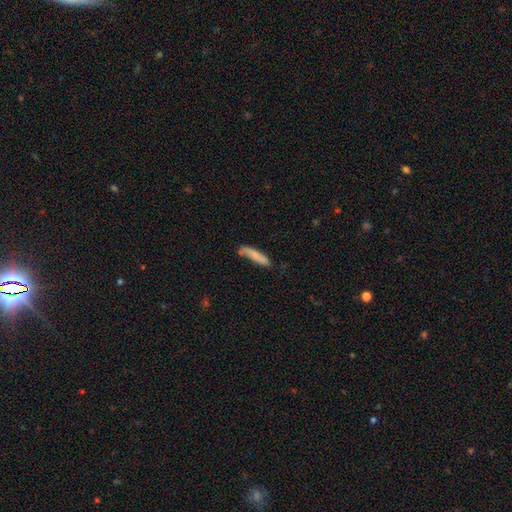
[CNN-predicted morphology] Smooth or featured: smooth — 76% (featured or disk — 18%)
How rounded: cigar-shaped — 84% (in between — 14%)
Merging: none — 61% (minor disturbance — 25%)